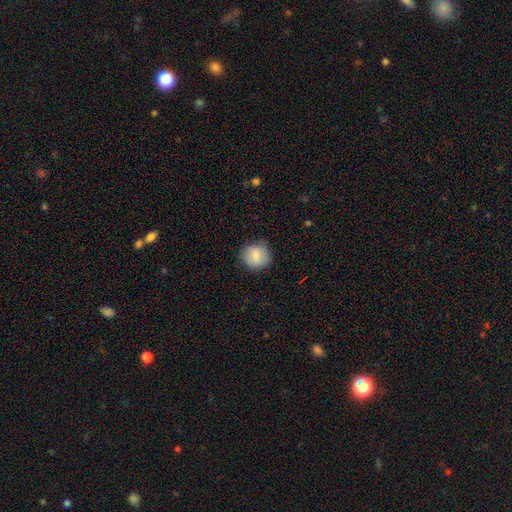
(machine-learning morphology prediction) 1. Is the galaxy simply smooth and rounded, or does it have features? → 76% smooth, 17% featured or disk, 8% star or artifact.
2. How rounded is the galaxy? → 87% round, 12% in between, 1% cigar-shaped.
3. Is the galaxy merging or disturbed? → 77% none, 17% minor disturbance, 4% major disturbance, 1% merger.